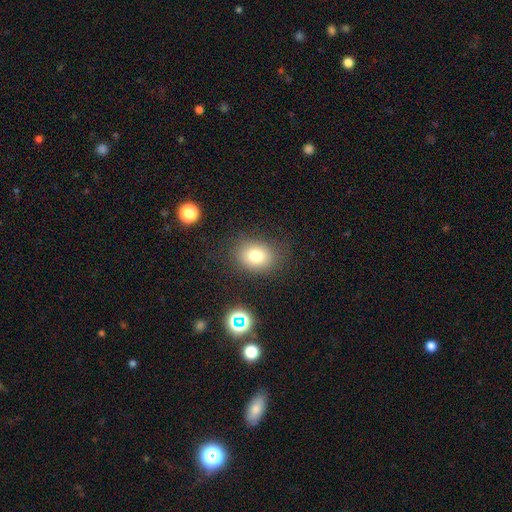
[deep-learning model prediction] Overall: smooth (77%). How rounded: in between (54%; round 45%). Merging: none (81%).